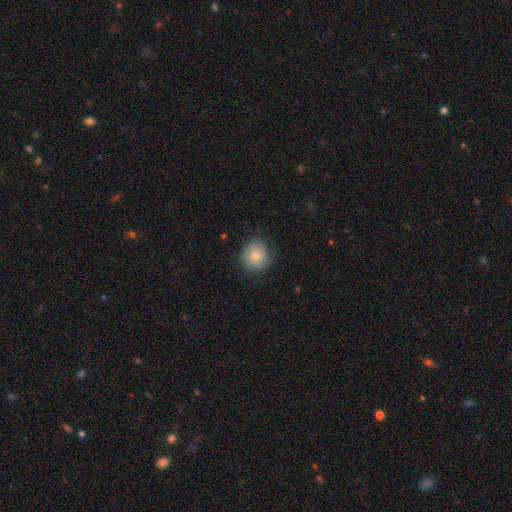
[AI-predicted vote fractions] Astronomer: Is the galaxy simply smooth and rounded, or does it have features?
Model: smooth — 72%.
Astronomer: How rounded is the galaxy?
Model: round — 85%.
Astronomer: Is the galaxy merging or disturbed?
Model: none — 75%.